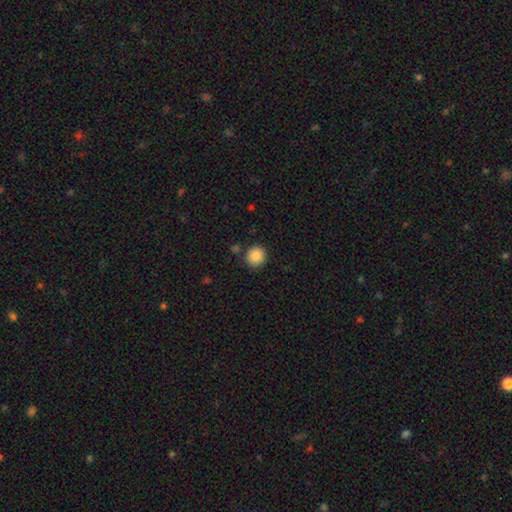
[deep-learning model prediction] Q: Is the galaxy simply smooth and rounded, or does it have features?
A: smooth — 86%.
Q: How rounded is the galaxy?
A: round — 89%.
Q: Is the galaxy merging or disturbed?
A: none — 87%.